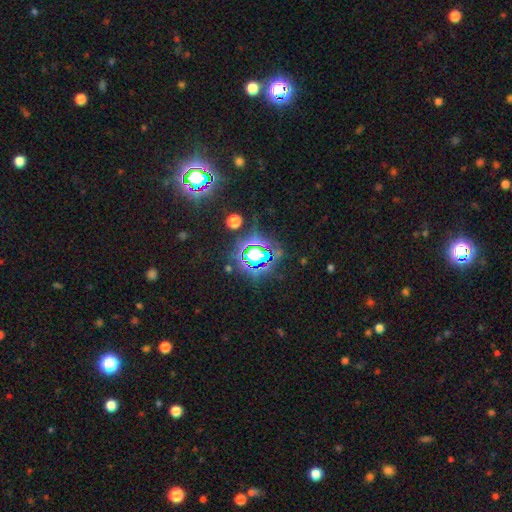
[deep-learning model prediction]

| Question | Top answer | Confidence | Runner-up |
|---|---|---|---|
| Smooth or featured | star or artifact | 68% | smooth (20%) |